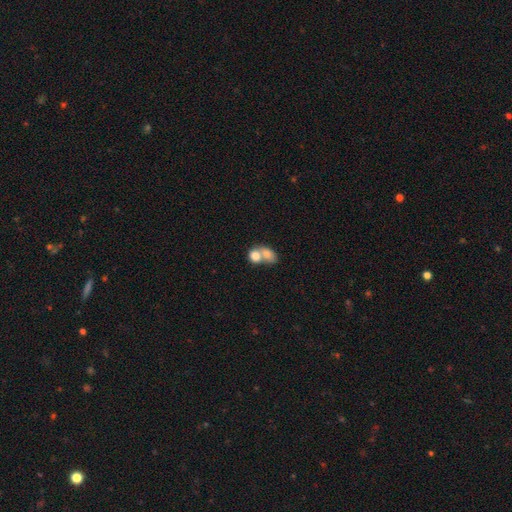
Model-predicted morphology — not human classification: Smooth or featured?
  - smooth: 77% *
  - featured or disk: 15%
  - star or artifact: 8%
How rounded?
  - in between: 58% *
  - round: 40%
  - cigar-shaped: 2%
Merging?
  - merger: 71% *
  - none: 19%
  - minor disturbance: 6%
  - major disturbance: 4%